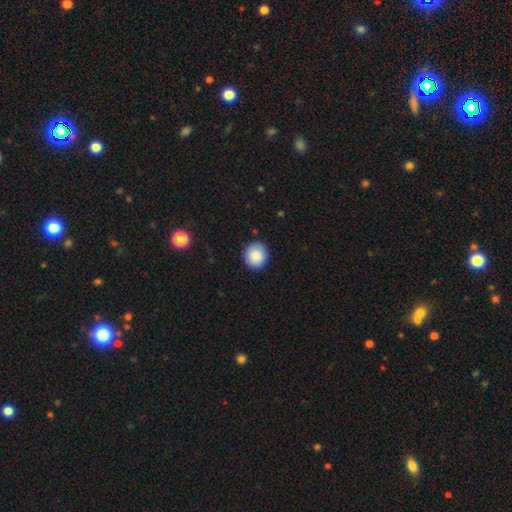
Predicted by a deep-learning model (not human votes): Smooth or featured?
  - smooth: 87% *
  - star or artifact: 8%
  - featured or disk: 5%
How rounded?
  - round: 83% *
  - in between: 17%
  - cigar-shaped: 1%
Merging?
  - none: 90% *
  - minor disturbance: 7%
  - major disturbance: 2%
  - merger: 1%